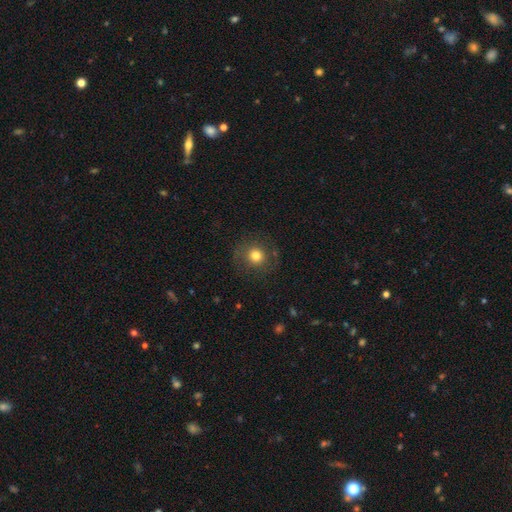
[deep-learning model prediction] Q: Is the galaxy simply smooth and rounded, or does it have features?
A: smooth — 75%.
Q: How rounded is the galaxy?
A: round — 91%.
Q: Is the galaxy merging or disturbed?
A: none — 82%.